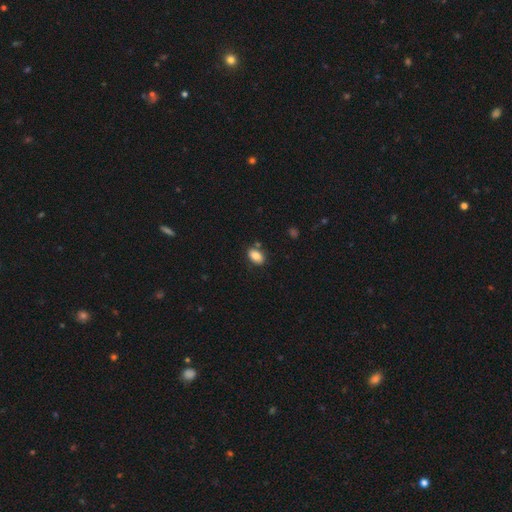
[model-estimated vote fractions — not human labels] This is clearly a smooth galaxy (84%). How rounded: clearly in between (88%). Merging: likely none (77%).